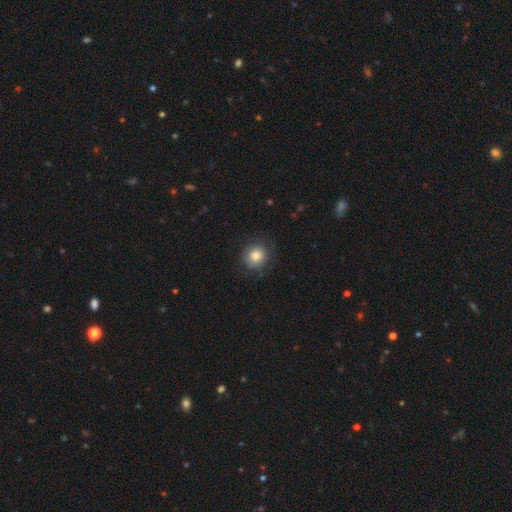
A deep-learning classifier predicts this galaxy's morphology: This is clearly a smooth galaxy (81%). How rounded: clearly round (90%). Merging: likely none (79%).